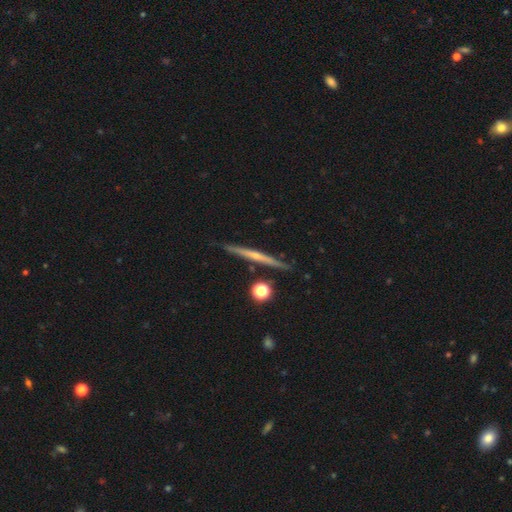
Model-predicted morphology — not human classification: smooth_or_featured: featured or disk (p=0.67) [alt: smooth p=0.26]
disk_edge_on: yes (p=0.97) [alt: no p=0.03]
edge_on_bulge: none (p=0.49) [alt: rounded p=0.45]
merging: none (p=0.87) [alt: minor disturbance p=0.09]